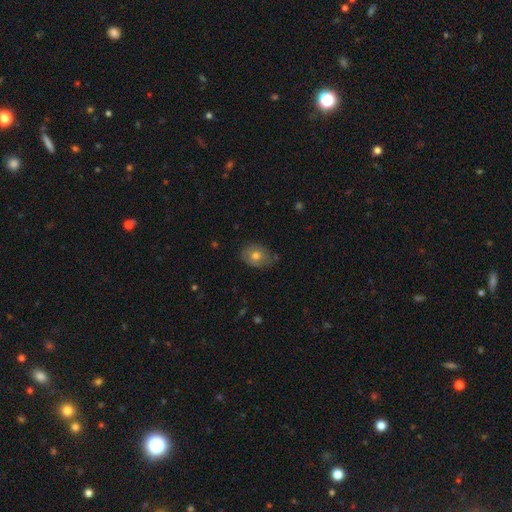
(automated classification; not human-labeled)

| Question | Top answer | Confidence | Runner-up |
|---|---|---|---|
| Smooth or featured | smooth | 66% | featured or disk (26%) |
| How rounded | in between | 68% | round (31%) |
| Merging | none | 67% | minor disturbance (26%) |